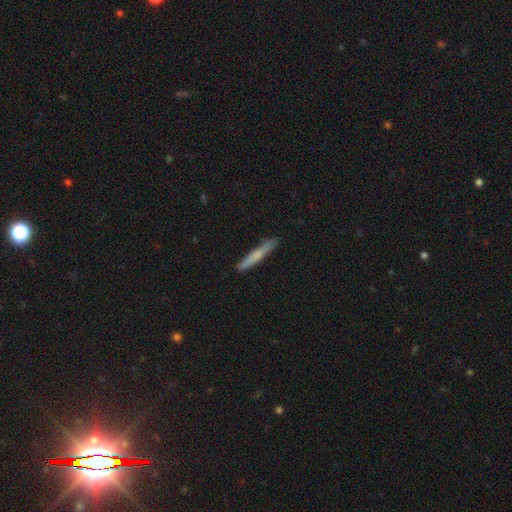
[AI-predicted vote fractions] Smooth or featured? smooth (62%)
How rounded? cigar-shaped (95%)
Merging? none (87%)